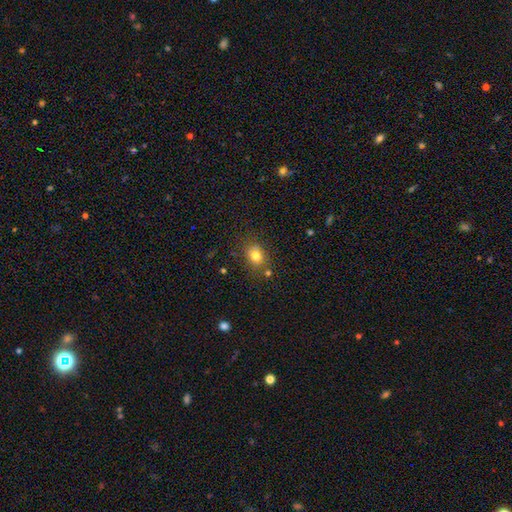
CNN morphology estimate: A smooth galaxy with no disk features (79%) that is round (52%).

Vote fractions:
- Smooth or featured? smooth: 79% / star or artifact: 11% / featured or disk: 10%
- How rounded? round: 52% / in between: 47% / cigar-shaped: 1%
- Merging? none: 76% / minor disturbance: 15% / merger: 6% / major disturbance: 4%